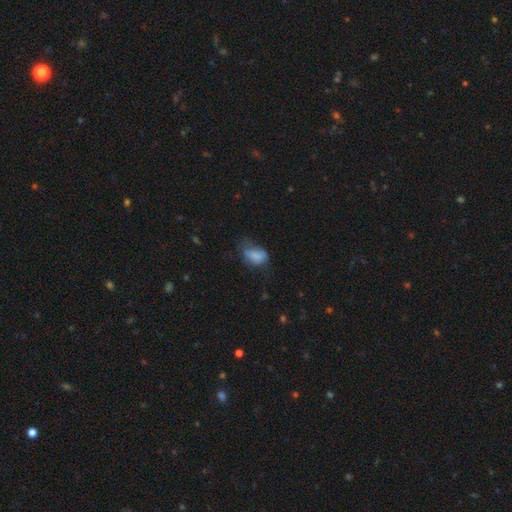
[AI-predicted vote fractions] This is likely a smooth galaxy (74%). How rounded: clearly in between (82%). Merging: marginally minor disturbance (35%).